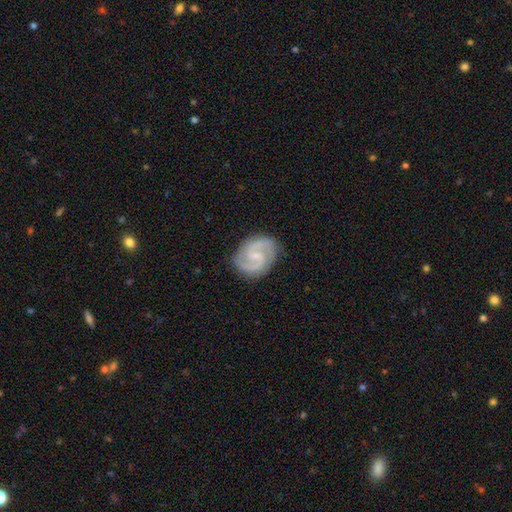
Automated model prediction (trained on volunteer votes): A featured or disk galaxy (91%) with no bar (46%), 2 (93%) medium (54%) spiral arms (98%) and a small central bulge (73%). Merging: none (86%).